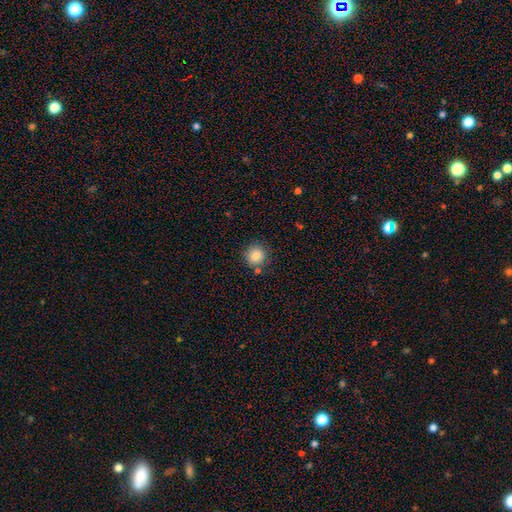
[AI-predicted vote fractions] Smooth or featured: smooth — 84% (star or artifact — 10%)
How rounded: round — 90% (in between — 10%)
Merging: none — 79% (minor disturbance — 11%)